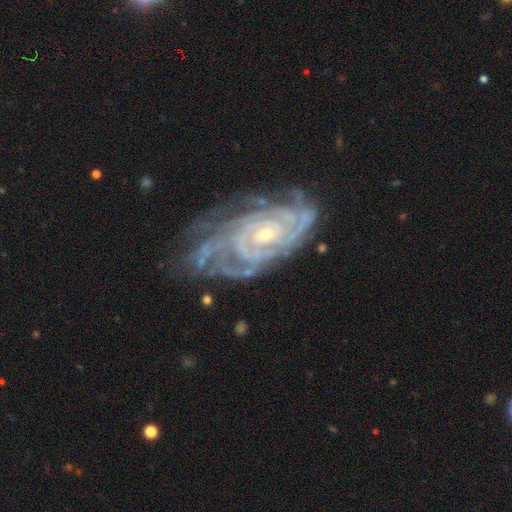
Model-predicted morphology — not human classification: A featured or disk galaxy (90%) with no bar (66%), tight (79%) spiral arms (98%) and a small central bulge (58%). Merging: none (62%).